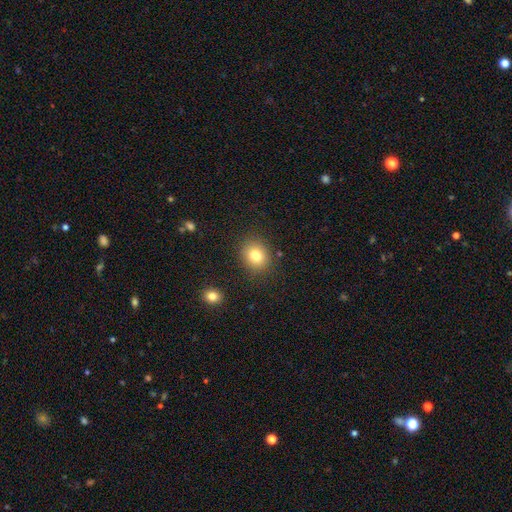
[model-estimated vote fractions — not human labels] This appears to be a smooth galaxy with no disk features (80%) that is round (67%). Merging: none (85%).